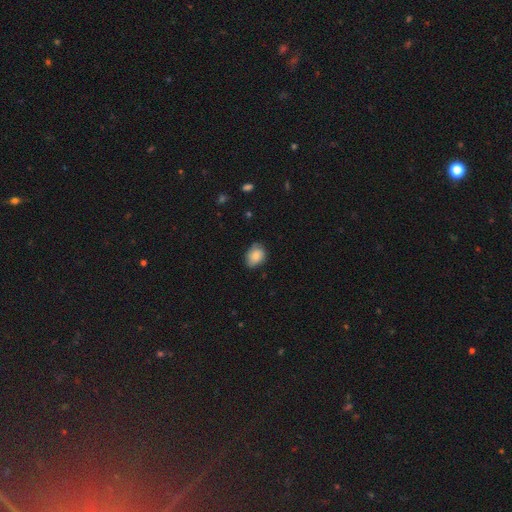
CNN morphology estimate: Smooth or featured?
  - smooth: 82% *
  - featured or disk: 11%
  - star or artifact: 8%
How rounded?
  - in between: 67% *
  - round: 32%
  - cigar-shaped: 1%
Merging?
  - none: 68% *
  - minor disturbance: 26%
  - major disturbance: 4%
  - merger: 1%